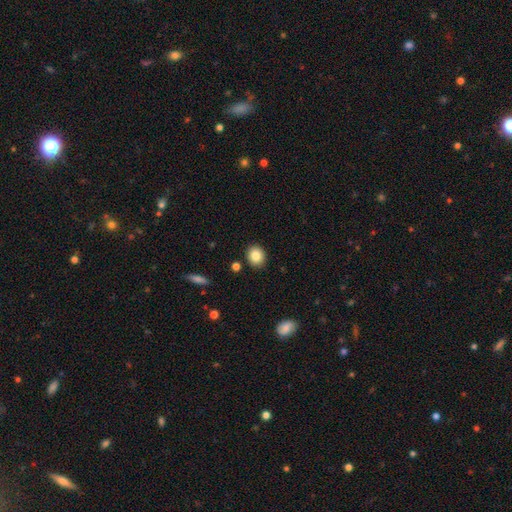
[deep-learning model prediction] Smooth or featured: smooth — 85% (star or artifact — 9%)
How rounded: round — 73% (in between — 26%)
Merging: none — 88% (minor disturbance — 7%)